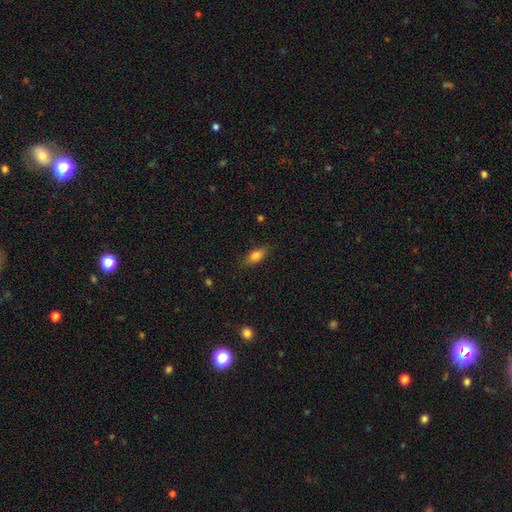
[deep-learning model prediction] Overall: smooth (79%). How rounded: in between (81%). Merging: none (82%).